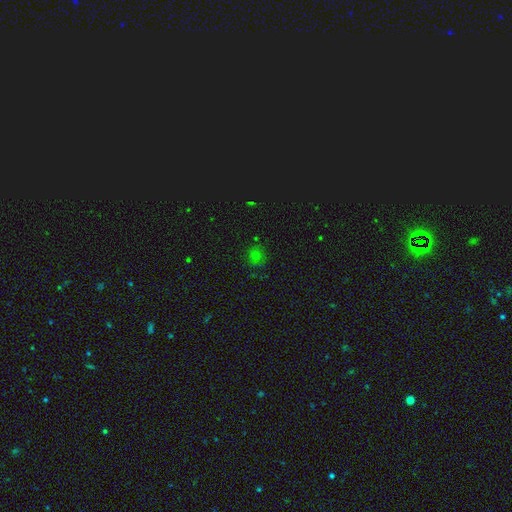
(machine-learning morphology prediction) A smooth galaxy with no disk features (67%) that is round (80%).

Vote fractions:
- Smooth or featured? smooth: 67% / star or artifact: 26% / featured or disk: 7%
- How rounded? round: 80% / in between: 19% / cigar-shaped: 1%
- Merging? none: 78% / minor disturbance: 15% / major disturbance: 4% / merger: 3%